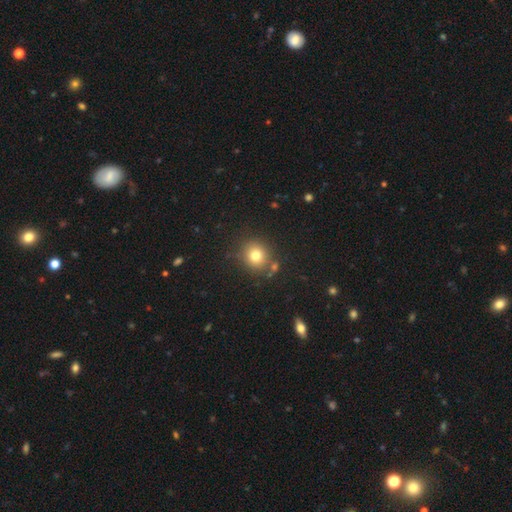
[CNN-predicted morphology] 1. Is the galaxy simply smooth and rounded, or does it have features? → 77% smooth, 14% star or artifact, 9% featured or disk.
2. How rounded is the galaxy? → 85% round, 14% in between, 1% cigar-shaped.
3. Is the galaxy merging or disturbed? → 80% none, 9% minor disturbance, 7% merger, 3% major disturbance.